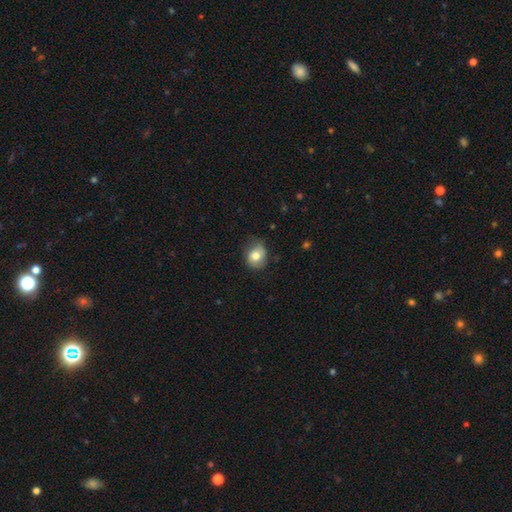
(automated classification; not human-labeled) The model was most divided on "how rounded": round: 63%, in between: 36%, cigar-shaped: 1%. More confident: smooth or featured — smooth (74%); merging — none (58%).